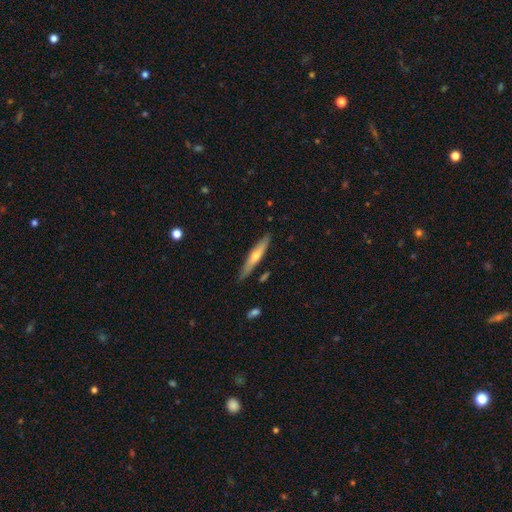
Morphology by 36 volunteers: type=featured or disk (72%); edge-on=yes (92%); edge-on bulge=rounded (92%); merging=none (89%).